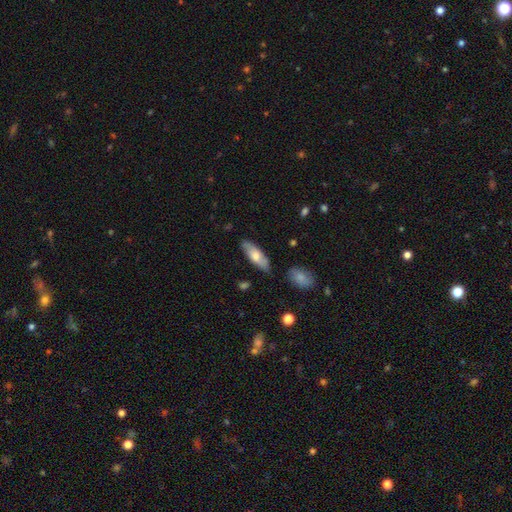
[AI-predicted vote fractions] Smooth or featured?
  - smooth: 65% *
  - featured or disk: 29%
  - star or artifact: 6%
How rounded?
  - in between: 68% *
  - cigar-shaped: 30%
  - round: 2%
Merging?
  - none: 80% *
  - minor disturbance: 15%
  - merger: 3%
  - major disturbance: 3%